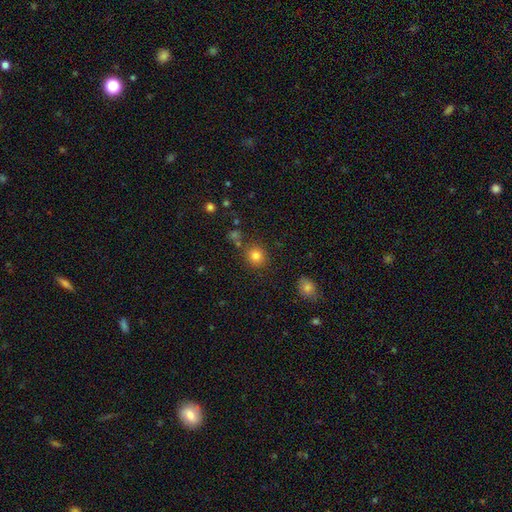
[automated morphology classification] Smooth or featured? Predicted: smooth (p=0.81). How rounded? Predicted: round (p=0.86). Merging? Predicted: none (p=0.82).